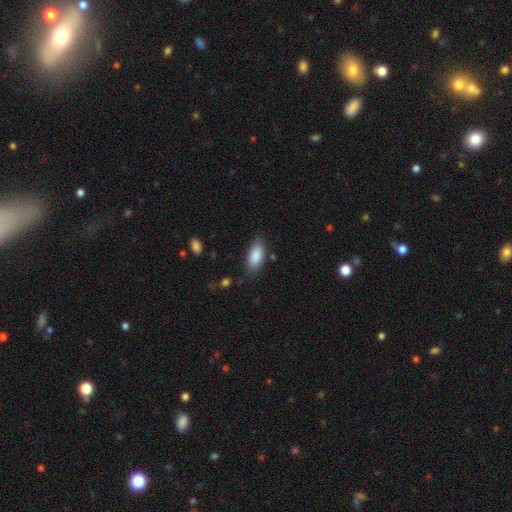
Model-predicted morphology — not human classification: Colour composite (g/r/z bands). It shows a smooth galaxy with no disk features (88%) that is in between round and cigar-shaped (90%). Merging: none (81%).